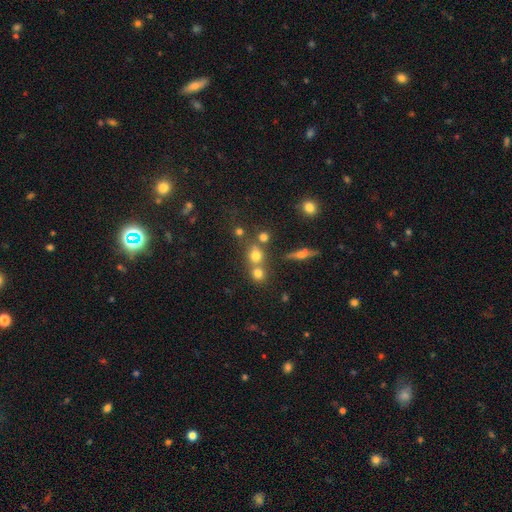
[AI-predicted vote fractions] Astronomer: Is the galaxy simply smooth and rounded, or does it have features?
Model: smooth — 69%.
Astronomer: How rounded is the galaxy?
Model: round — 81%.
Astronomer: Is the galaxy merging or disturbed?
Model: none — 52% (runner-up: merger, 36%).